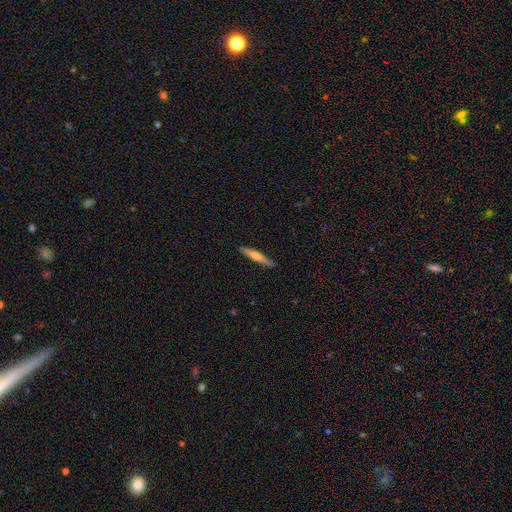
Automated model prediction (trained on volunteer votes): Smooth or featured? Predicted: smooth (p=0.53). How rounded? Predicted: cigar-shaped (p=0.94). Merging? Predicted: none (p=0.88).